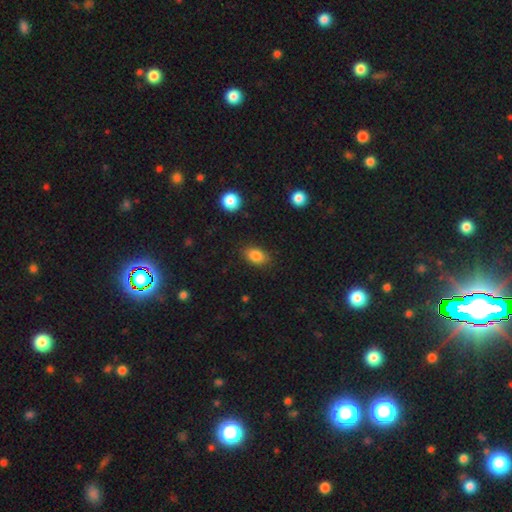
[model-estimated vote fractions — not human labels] smooth_or_featured: smooth (p=0.85) [alt: star or artifact p=0.09]
how_rounded: in between (p=0.85) [alt: round p=0.13]
merging: none (p=0.86) [alt: minor disturbance p=0.10]